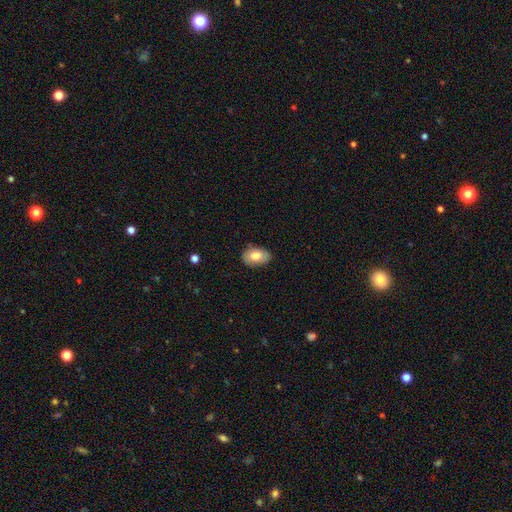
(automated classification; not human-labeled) Smooth or featured?
  - smooth: 77% *
  - featured or disk: 17%
  - star or artifact: 7%
How rounded?
  - in between: 88% *
  - round: 11%
  - cigar-shaped: 1%
Merging?
  - none: 81% *
  - minor disturbance: 15%
  - major disturbance: 3%
  - merger: 1%